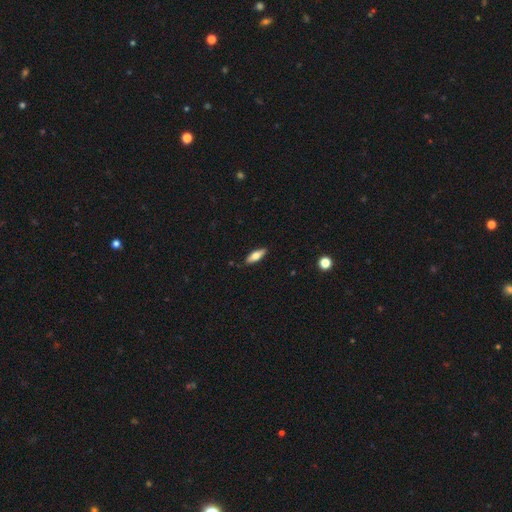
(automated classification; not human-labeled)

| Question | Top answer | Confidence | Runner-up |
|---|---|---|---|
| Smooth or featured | smooth | 65% | featured or disk (29%) |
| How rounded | in between | 60% | cigar-shaped (38%) |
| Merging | none | 88% | minor disturbance (9%) |